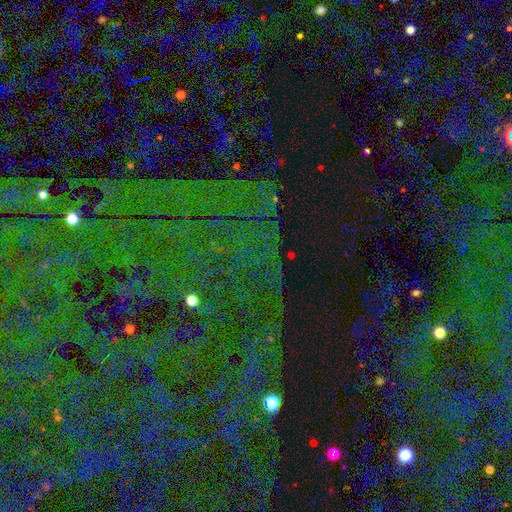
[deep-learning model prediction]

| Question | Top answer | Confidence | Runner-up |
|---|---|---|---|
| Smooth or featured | star or artifact | 83% | smooth (9%) |